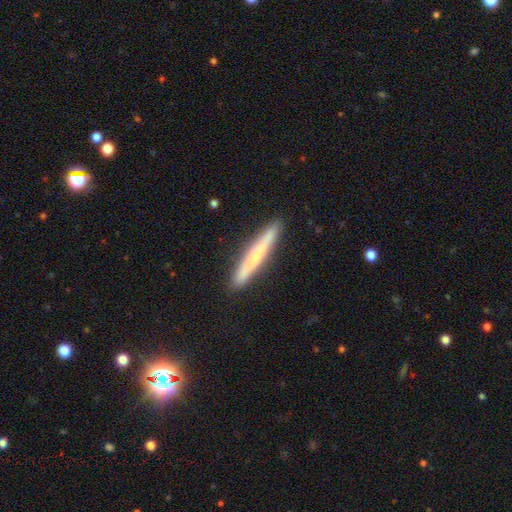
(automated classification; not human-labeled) A smooth galaxy with no disk features (49%). Merging: none (91%).